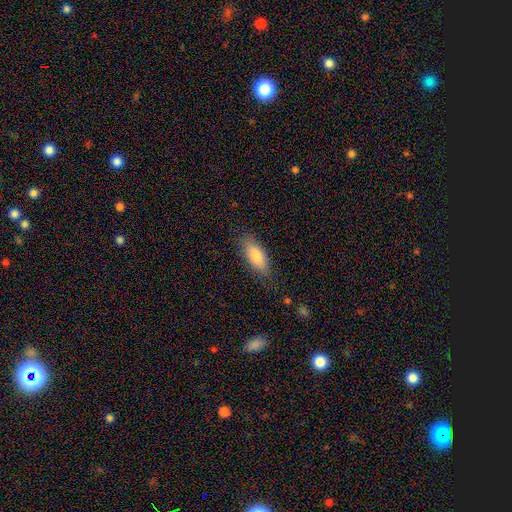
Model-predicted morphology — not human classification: type=smooth (83%); roundness=in between (79%); merging=none (80%).